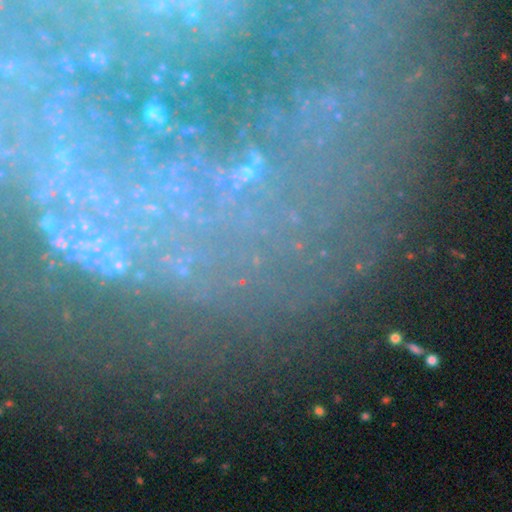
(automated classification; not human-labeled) Overall: star or artifact (52%; featured or disk 32%).